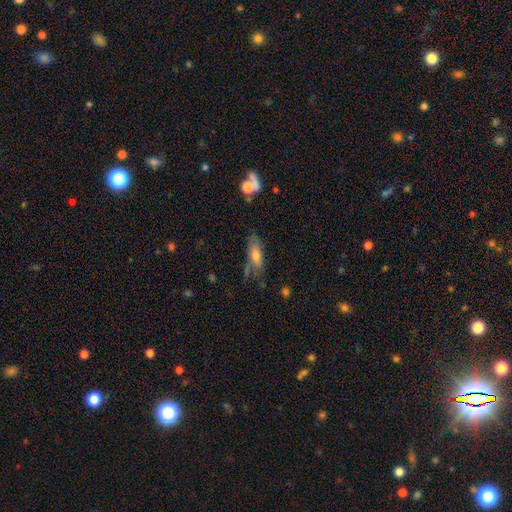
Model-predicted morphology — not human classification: Smooth or featured? smooth (65%)
How rounded? in between (61%)
Merging? none (58%)